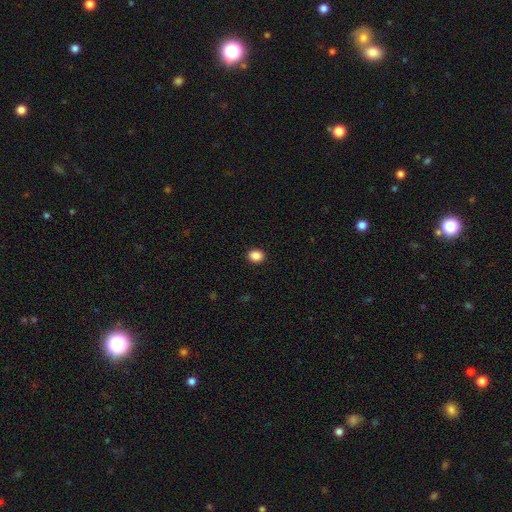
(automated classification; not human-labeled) Smooth or featured?
  - smooth: 88% *
  - star or artifact: 9%
  - featured or disk: 3%
How rounded?
  - round: 50% *
  - in between: 49%
  - cigar-shaped: 1%
Merging?
  - none: 91% *
  - minor disturbance: 6%
  - major disturbance: 2%
  - merger: 1%